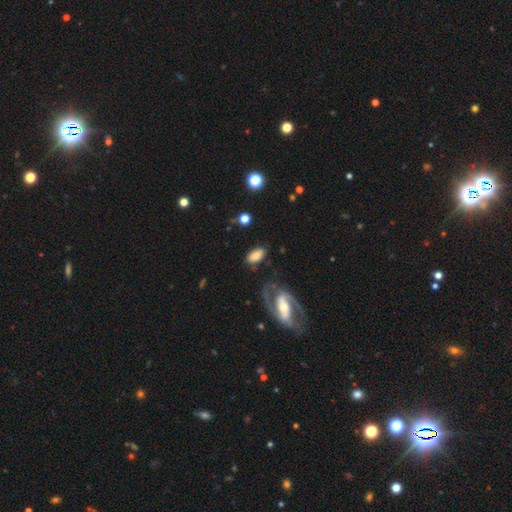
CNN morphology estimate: Overall: smooth (71%). How rounded: in between (91%). Merging: none (70%).